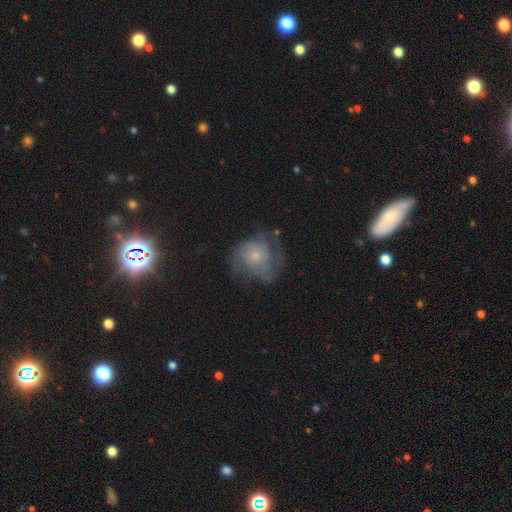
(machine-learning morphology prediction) type=featured or disk (60%); edge-on=no (98%); bar=no (81%); spiral arms=yes (80%); bulge=small (68%); merging=none (49%).